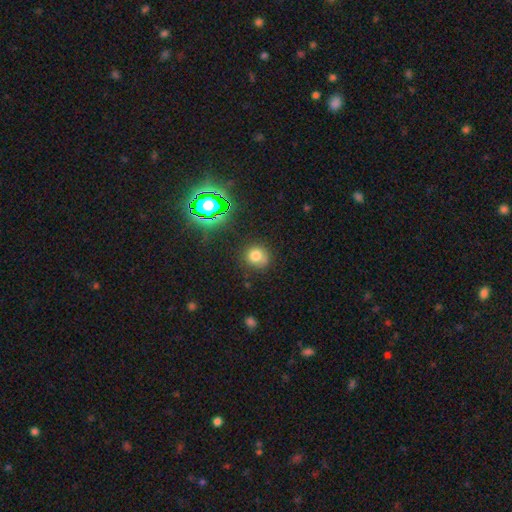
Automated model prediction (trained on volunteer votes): A smooth galaxy with no disk features (74%) that is round (84%). Merging: none (69%).